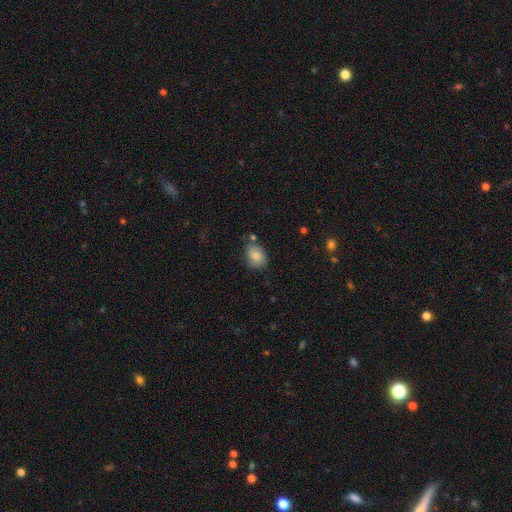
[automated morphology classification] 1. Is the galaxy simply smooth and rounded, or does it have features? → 78% smooth, 13% featured or disk, 8% star or artifact.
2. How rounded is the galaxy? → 60% in between, 38% round, 1% cigar-shaped.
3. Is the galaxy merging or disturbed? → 66% none, 23% minor disturbance, 6% major disturbance, 6% merger.